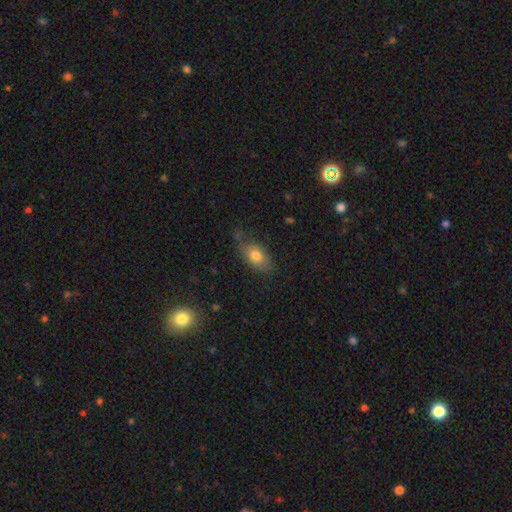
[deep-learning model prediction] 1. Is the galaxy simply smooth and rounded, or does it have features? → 76% smooth, 16% featured or disk, 8% star or artifact.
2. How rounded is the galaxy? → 87% in between, 9% round, 5% cigar-shaped.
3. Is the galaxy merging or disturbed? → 63% none, 26% minor disturbance, 8% major disturbance, 3% merger.